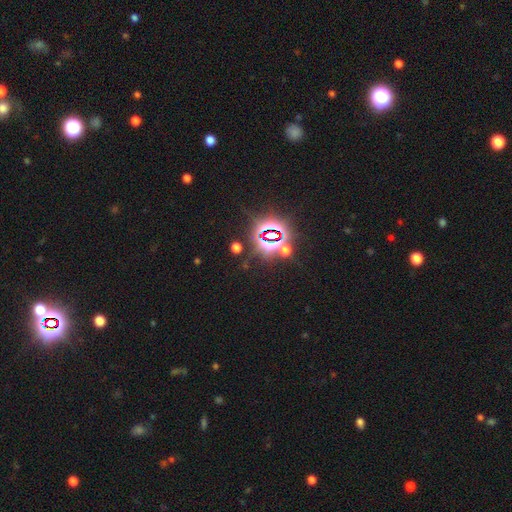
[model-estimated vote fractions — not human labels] Smooth or featured? Predicted: star or artifact (p=0.84).